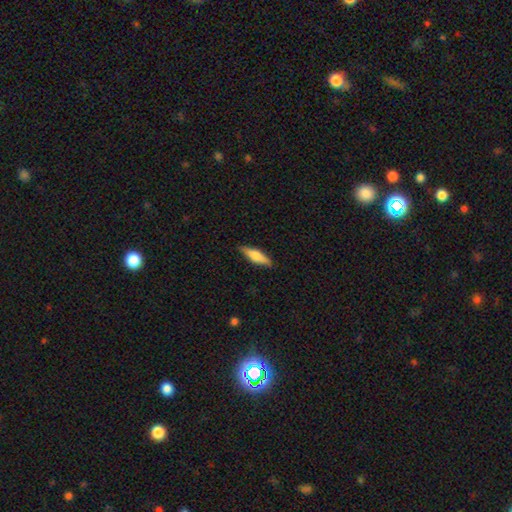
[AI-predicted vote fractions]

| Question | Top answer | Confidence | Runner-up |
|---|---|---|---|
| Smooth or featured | smooth | 57% | featured or disk (37%) |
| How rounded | cigar-shaped | 65% | in between (33%) |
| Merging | none | 88% | minor disturbance (9%) |